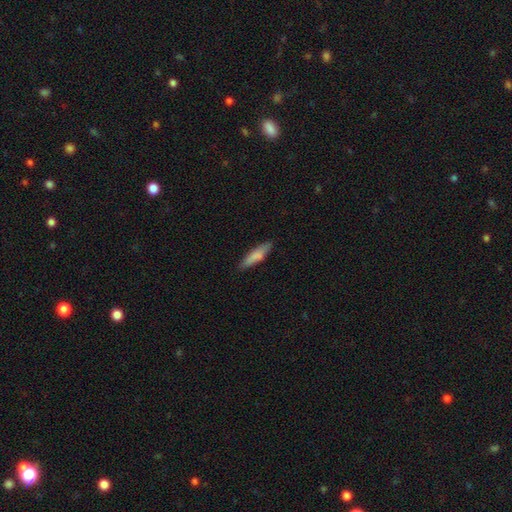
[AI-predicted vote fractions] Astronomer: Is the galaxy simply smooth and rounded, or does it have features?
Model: smooth — 78%.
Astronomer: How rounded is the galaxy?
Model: cigar-shaped — 75%.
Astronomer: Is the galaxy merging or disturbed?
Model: none — 84%.